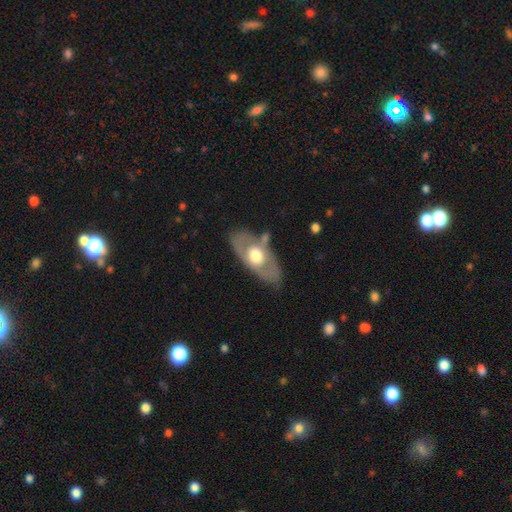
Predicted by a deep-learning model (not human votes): smooth-or-featured: featured or disk: 58% | smooth: 38% | star or artifact: 5%
  disk-edge-on: no: 81% | yes: 19%
  merging: none: 70% | minor disturbance: 18% | major disturbance: 6% | merger: 5%